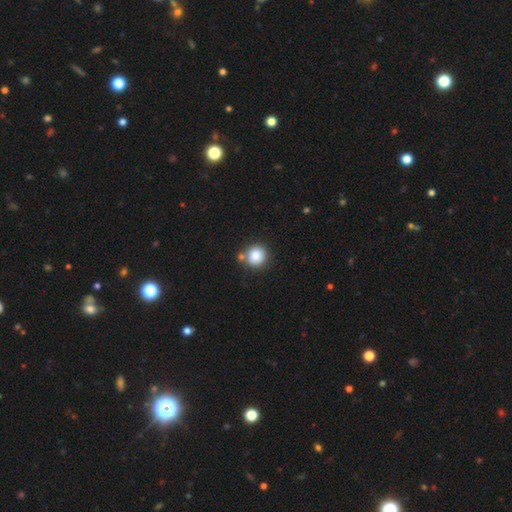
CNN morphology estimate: A smooth galaxy with no disk features (84%) that is round (91%). Merging: none (75%).